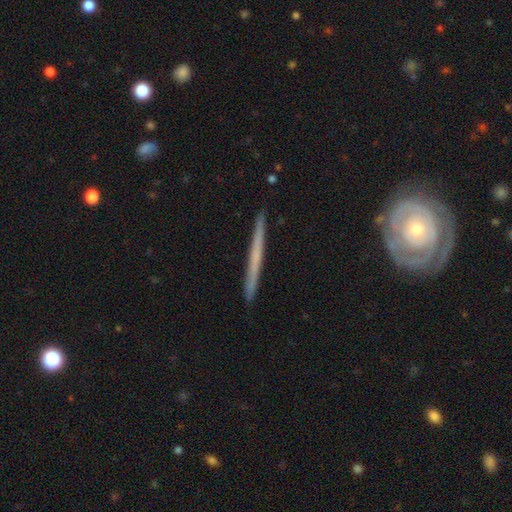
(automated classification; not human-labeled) smooth_or_featured: featured or disk (p=0.63) [alt: smooth p=0.31]
disk_edge_on: yes (p=0.94) [alt: no p=0.06]
edge_on_bulge: none (p=0.82) [alt: rounded p=0.14]
merging: none (p=0.90) [alt: minor disturbance p=0.07]